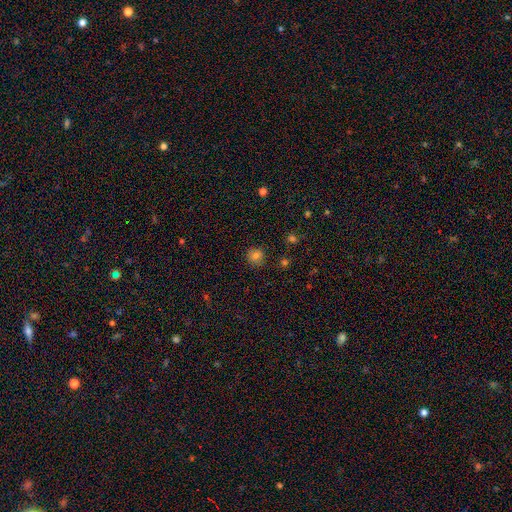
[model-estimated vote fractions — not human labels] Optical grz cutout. It shows a smooth galaxy with no disk features (80%) that is round (88%). Merging: none (87%).